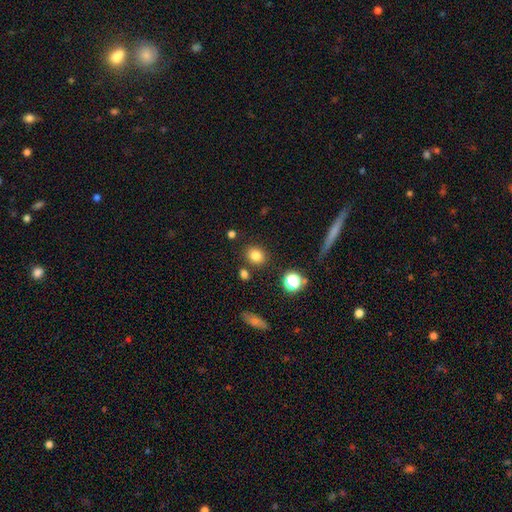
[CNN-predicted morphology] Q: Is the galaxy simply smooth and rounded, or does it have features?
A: smooth — 80%.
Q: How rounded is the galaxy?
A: round — 70%.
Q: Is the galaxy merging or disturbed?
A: none — 83%.